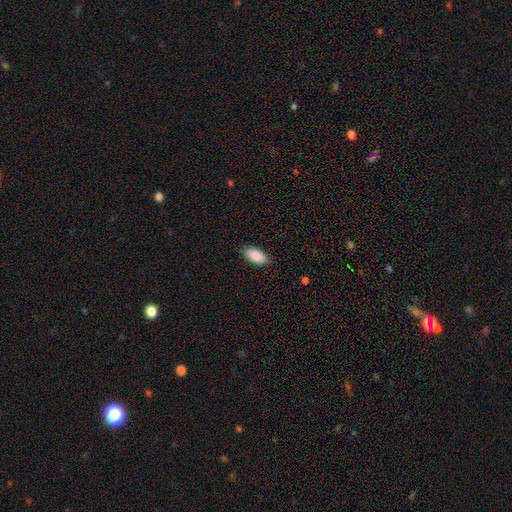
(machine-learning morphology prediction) smooth-or-featured: smooth: 90% | star or artifact: 6% | featured or disk: 4%
  how-rounded: in between: 93% | cigar-shaped: 5% | round: 2%
  merging: none: 87% | minor disturbance: 10% | major disturbance: 2% | merger: 1%